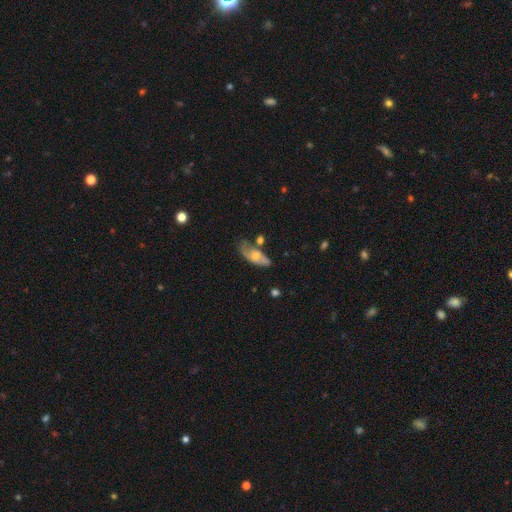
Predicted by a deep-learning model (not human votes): The model was most divided on "smooth or featured": featured or disk: 50%, smooth: 43%, star or artifact: 8%. Remaining: merging — none (41%).